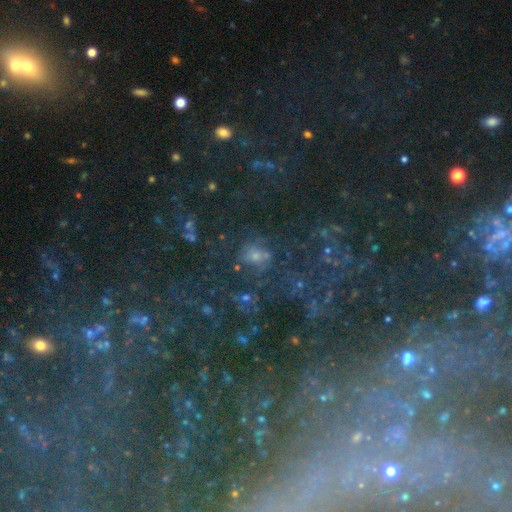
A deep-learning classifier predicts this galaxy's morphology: Smooth or featured: star or artifact — 61% (smooth — 24%)